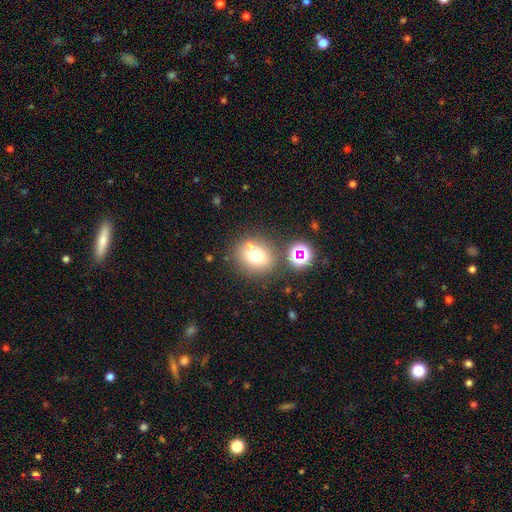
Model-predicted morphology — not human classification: Q: Smooth or featured?
A: smooth (71%); runner-up: star or artifact (15%)
Q: How rounded?
A: round (72%); runner-up: in between (27%)
Q: Merging?
A: none (73%); runner-up: merger (12%)